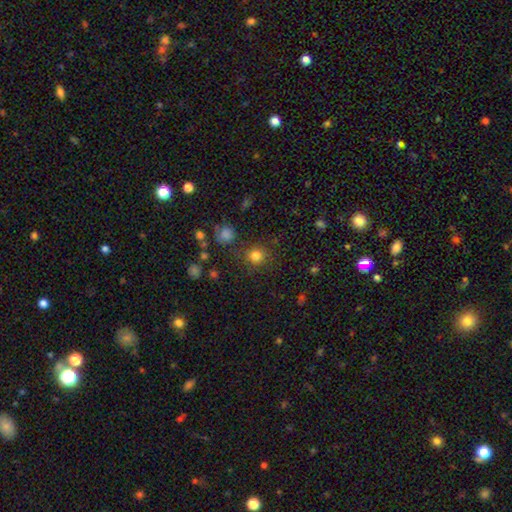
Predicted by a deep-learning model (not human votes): Morphology: type=smooth (78%); roundness=round (91%); merging=none (83%).